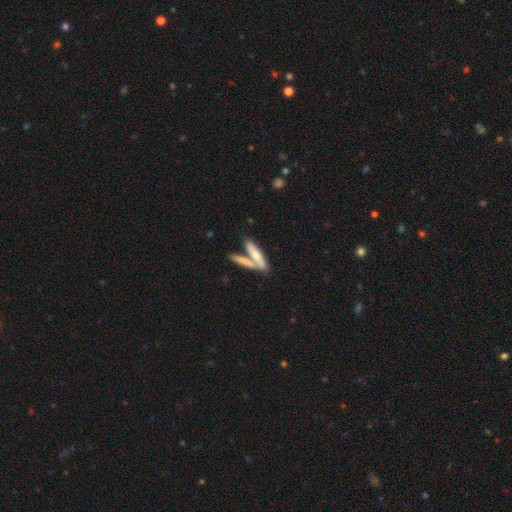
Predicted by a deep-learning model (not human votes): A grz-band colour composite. It shows a smooth galaxy with no disk features (57%) that is cigar-shaped (75%). Merging: none (45%).